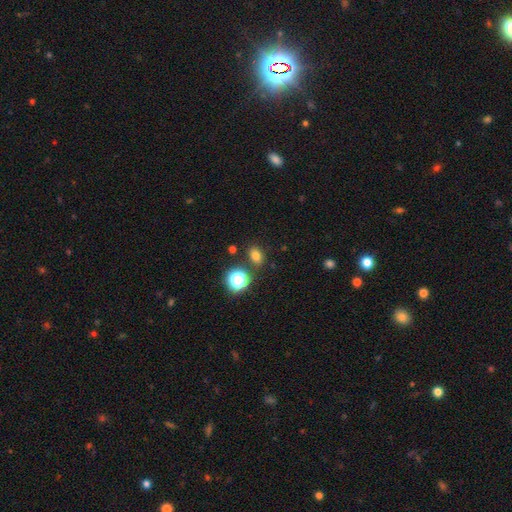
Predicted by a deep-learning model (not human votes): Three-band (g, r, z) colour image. It shows a smooth galaxy with no disk features (74%) that is in between round and cigar-shaped (62%). Merging: none (80%).